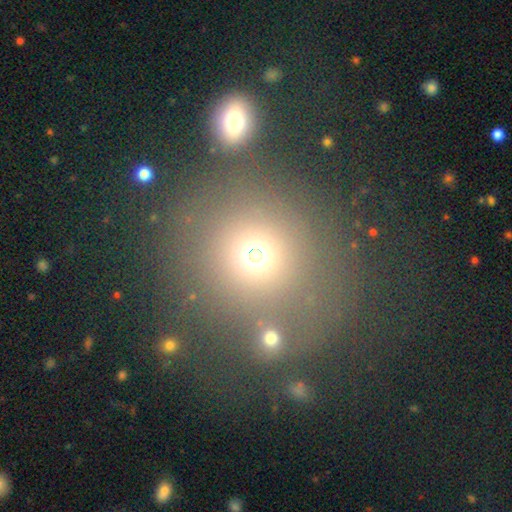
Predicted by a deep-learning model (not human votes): Overall: smooth (68%). How rounded: round (89%). Merging: none (67%).